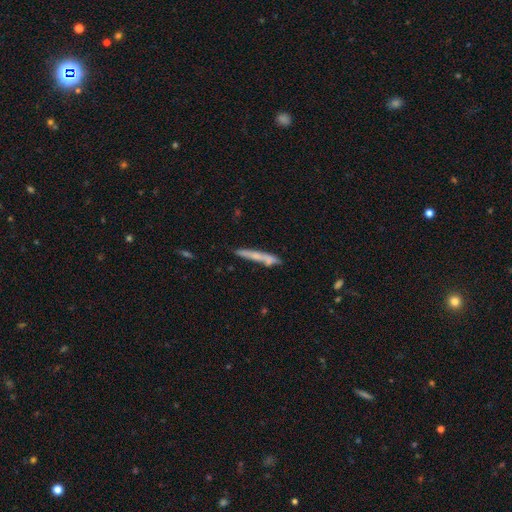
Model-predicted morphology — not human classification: Q: Smooth or featured?
A: smooth (57%); runner-up: featured or disk (36%)
Q: How rounded?
A: cigar-shaped (94%); runner-up: in between (4%)
Q: Merging?
A: none (70%); runner-up: minor disturbance (16%)